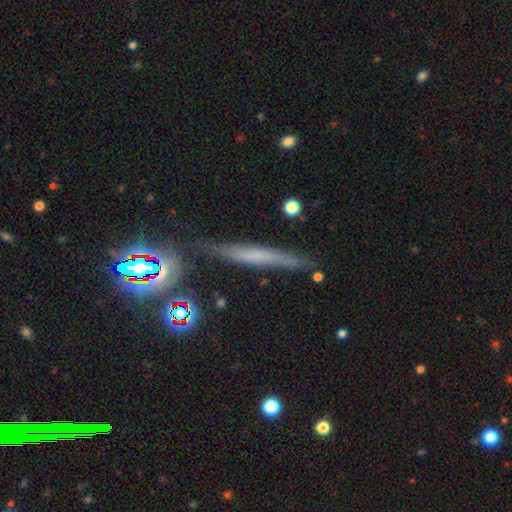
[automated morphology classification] This appears to be a smooth galaxy with no disk features (46%). Merging: none (78%).